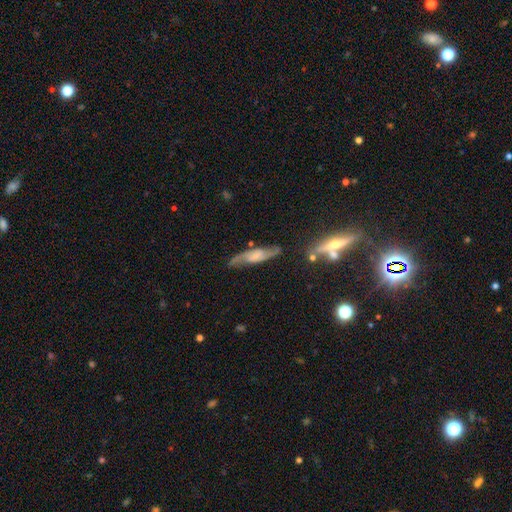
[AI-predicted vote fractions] smooth_or_featured: featured or disk (p=0.76) [alt: smooth p=0.18]
disk_edge_on: no (p=0.79) [alt: yes p=0.21]
bar: no (p=0.44) [alt: weak p=0.41]
has_spiral_arms: yes (p=0.94) [alt: no p=0.06]
spiral_winding: loose (p=0.50) [alt: medium p=0.38]
spiral_arm_count: 2 (p=0.91) [alt: can't tell p=0.04]
bulge_size: small (p=0.38) [alt: none p=0.27]
merging: none (p=0.75) [alt: minor disturbance p=0.17]